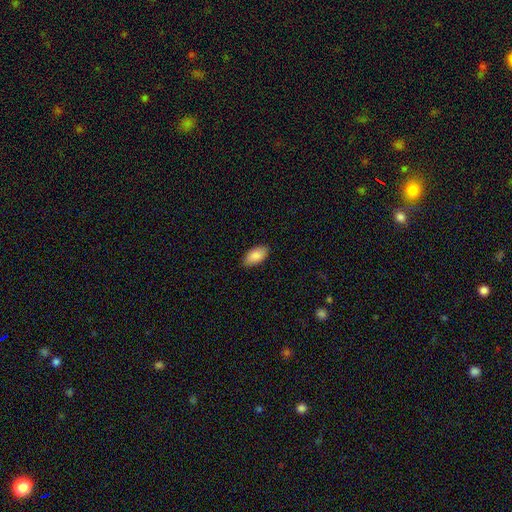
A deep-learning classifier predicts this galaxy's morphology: smooth 87%, featured or disk 7%, star or artifact 6%. Down the decision tree: how rounded — in between (94%); merging — none (86%).